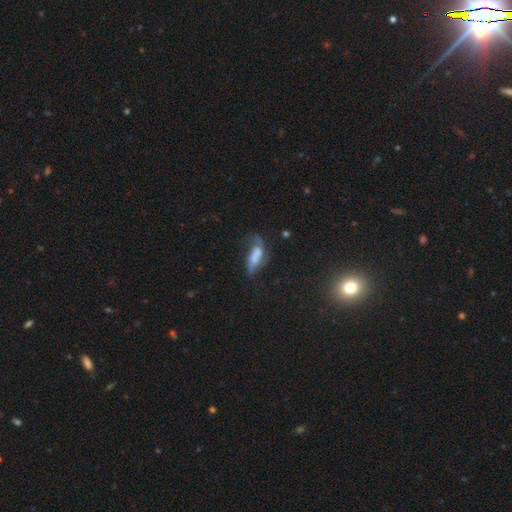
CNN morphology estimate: A smooth galaxy with no disk features (49%).

Vote fractions:
- Smooth or featured? smooth: 49% / featured or disk: 40% / star or artifact: 11%
- Merging? major disturbance: 34% / none: 33% / minor disturbance: 27% / merger: 7%